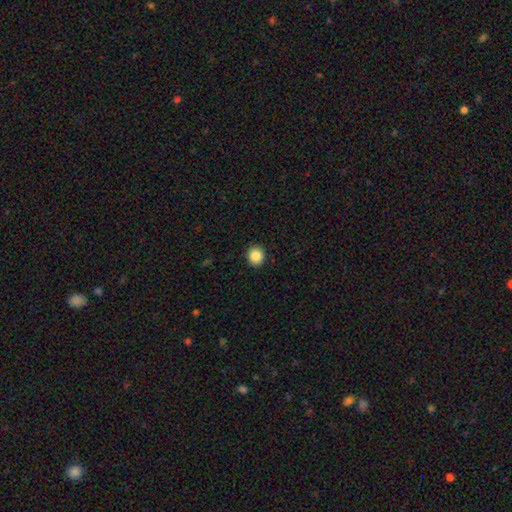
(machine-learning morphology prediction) Overall: smooth (86%). How rounded: round (84%). Merging: none (93%).